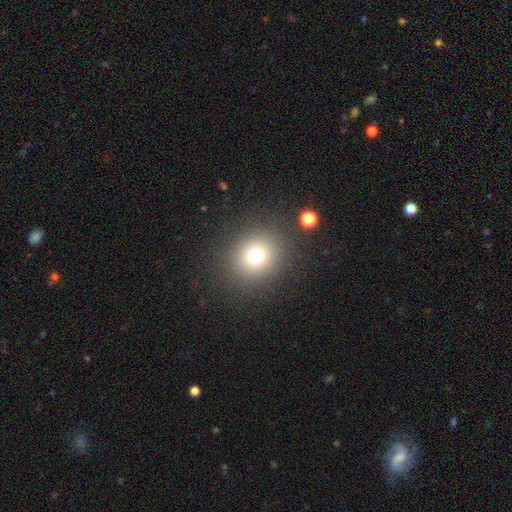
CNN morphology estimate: smooth_or_featured: smooth (p=0.73) [alt: star or artifact p=0.17]
how_rounded: round (p=0.83) [alt: in between p=0.16]
merging: none (p=0.86) [alt: minor disturbance p=0.07]